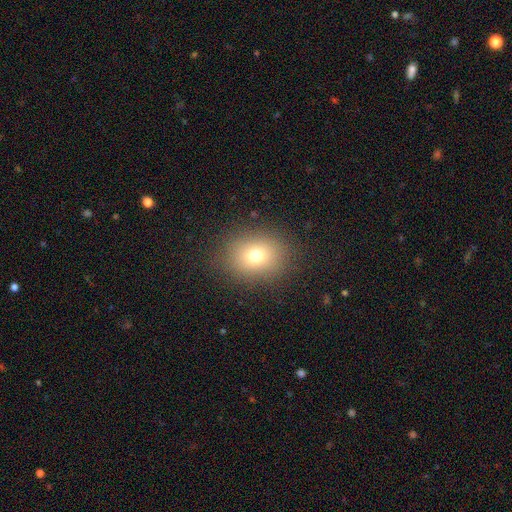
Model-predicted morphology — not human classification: smooth-or-featured: smooth: 72% | star or artifact: 17% | featured or disk: 12%
  how-rounded: round: 61% | in between: 38% | cigar-shaped: 1%
  merging: none: 85% | minor disturbance: 9% | major disturbance: 5% | merger: 1%